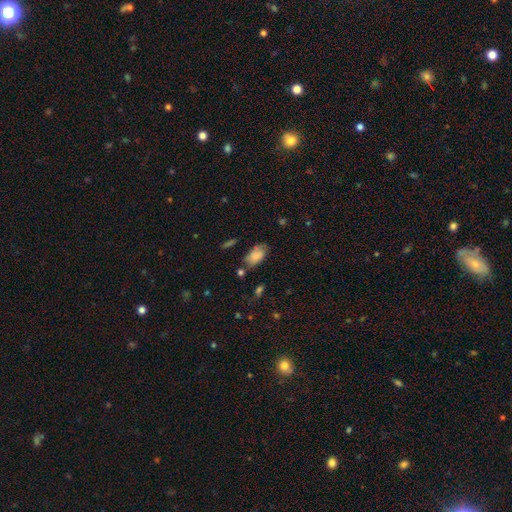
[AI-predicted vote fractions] Smooth or featured?
  - smooth: 78% *
  - featured or disk: 13%
  - star or artifact: 9%
How rounded?
  - in between: 92% *
  - round: 5%
  - cigar-shaped: 3%
Merging?
  - none: 59% *
  - minor disturbance: 26%
  - major disturbance: 8%
  - merger: 6%